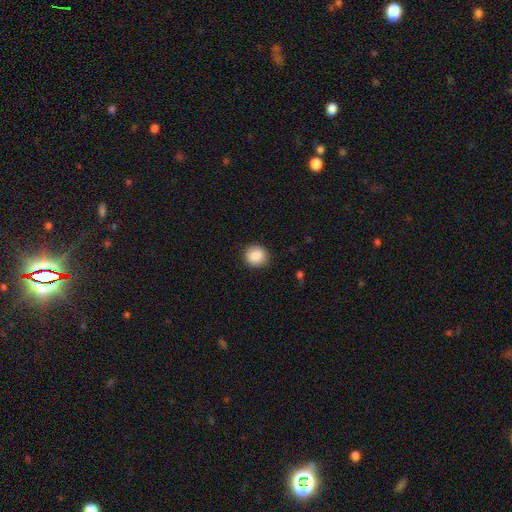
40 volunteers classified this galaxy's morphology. This appears to be a smooth galaxy with no disk features (90%) that is round (92%). Merging: none (84%).